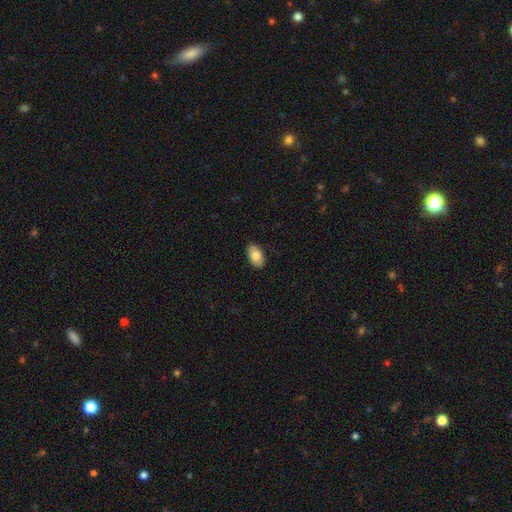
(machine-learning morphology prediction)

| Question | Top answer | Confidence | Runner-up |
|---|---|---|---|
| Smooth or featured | smooth | 80% | featured or disk (14%) |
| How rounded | in between | 94% | round (5%) |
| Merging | none | 89% | minor disturbance (9%) |